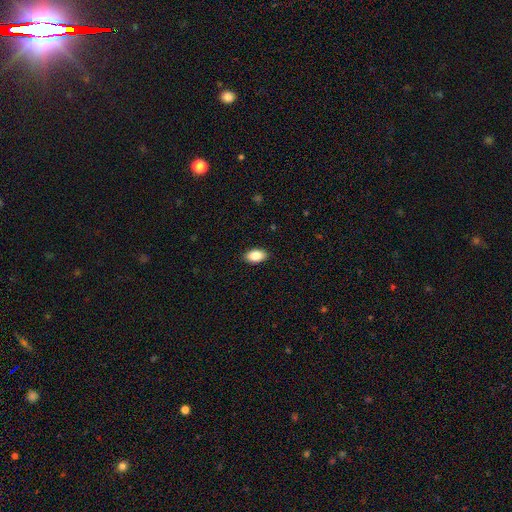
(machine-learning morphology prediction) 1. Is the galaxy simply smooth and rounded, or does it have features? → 86% smooth, 7% star or artifact, 7% featured or disk.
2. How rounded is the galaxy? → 93% in between, 5% round, 2% cigar-shaped.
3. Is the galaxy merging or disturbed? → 90% none, 7% minor disturbance, 2% major disturbance, 1% merger.